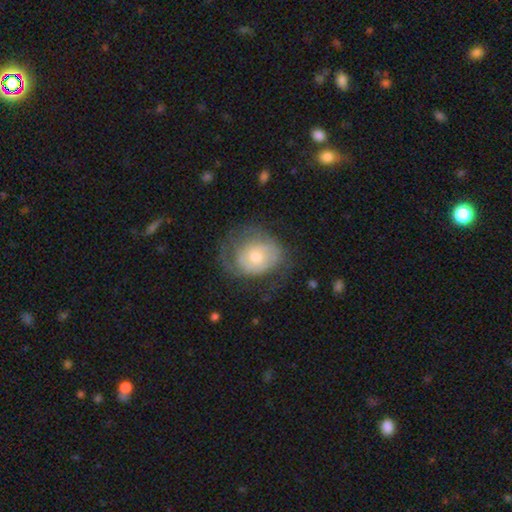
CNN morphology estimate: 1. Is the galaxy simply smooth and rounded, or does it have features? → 52% featured or disk, 40% smooth, 7% star or artifact.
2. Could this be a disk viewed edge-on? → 96% no, 4% yes.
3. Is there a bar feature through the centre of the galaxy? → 79% no, 18% weak, 3% strong.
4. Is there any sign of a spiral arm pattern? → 67% yes, 33% no.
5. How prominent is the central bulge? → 52% moderate, 40% small, 5% large, 2% none, 1% dominant.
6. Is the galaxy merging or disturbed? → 50% none, 25% minor disturbance, 24% major disturbance, 1% merger.